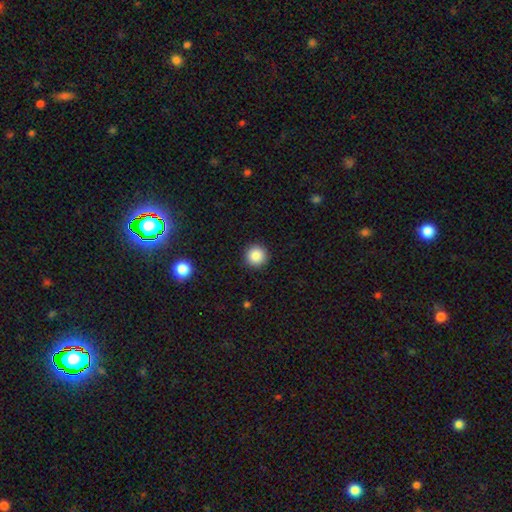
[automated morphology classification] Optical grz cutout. It shows a smooth galaxy with no disk features (87%) that is round (96%). Merging: none (92%).